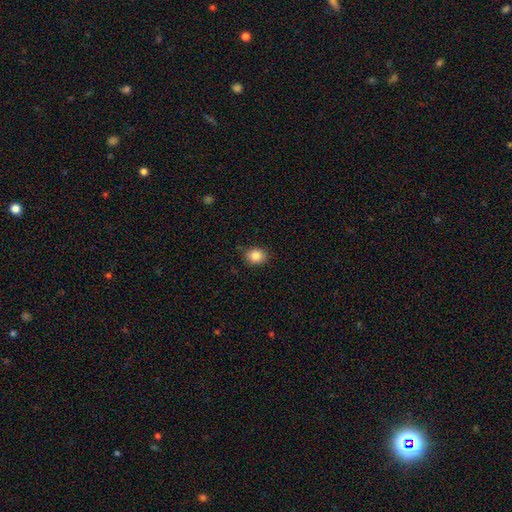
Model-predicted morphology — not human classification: Q: Smooth or featured?
A: smooth (85%); runner-up: star or artifact (10%)
Q: How rounded?
A: round (61%); runner-up: in between (38%)
Q: Merging?
A: none (83%); runner-up: minor disturbance (13%)